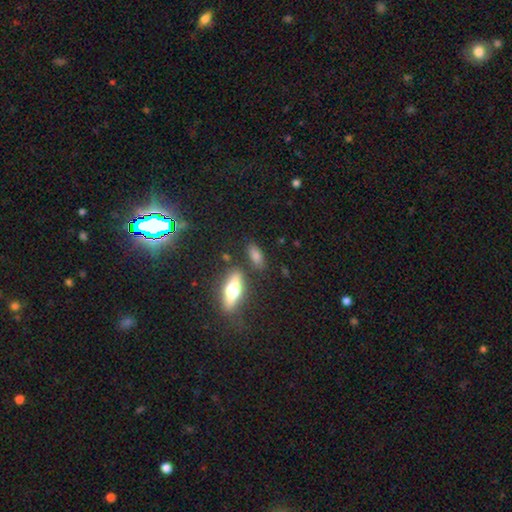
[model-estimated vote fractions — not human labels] This appears to be a smooth galaxy with no disk features (67%) that is in between round and cigar-shaped (66%). Merging: none (78%).